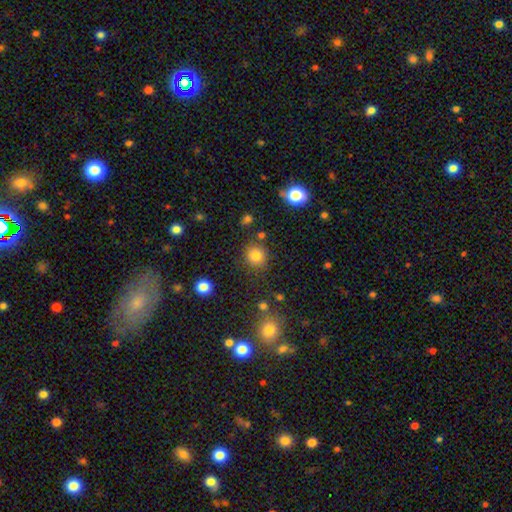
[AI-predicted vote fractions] Smooth or featured: smooth — 82% (star or artifact — 13%)
How rounded: round — 90% (in between — 9%)
Merging: none — 84% (minor disturbance — 9%)